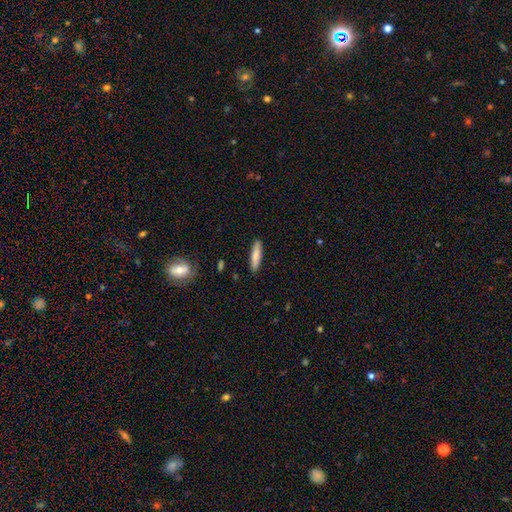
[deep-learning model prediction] A smooth galaxy with no disk features (80%) that is cigar-shaped (77%).

Vote fractions:
- Smooth or featured? smooth: 80% / featured or disk: 14% / star or artifact: 6%
- How rounded? cigar-shaped: 77% / in between: 21% / round: 2%
- Merging? none: 90% / minor disturbance: 7% / major disturbance: 2% / merger: 1%